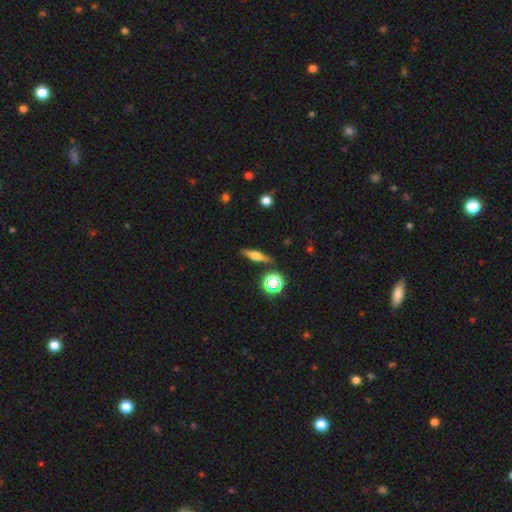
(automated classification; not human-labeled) Overall: featured or disk (54%; smooth 35%). Edge-on disk: yes (94%). Edge-on bulge: rounded (90%). Merging: none (86%).